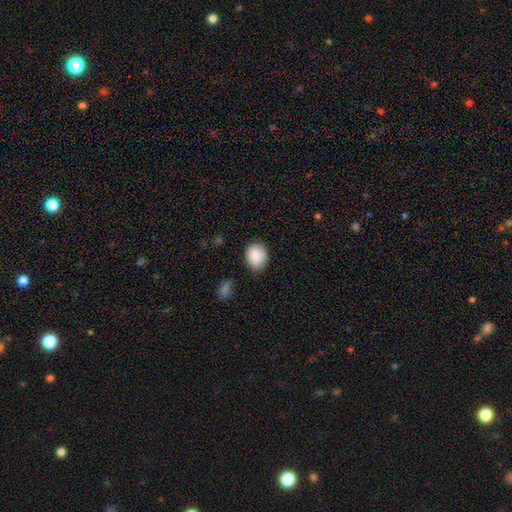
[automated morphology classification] Overall: smooth (85%). How rounded: round (51%; in between 48%). Merging: none (74%).